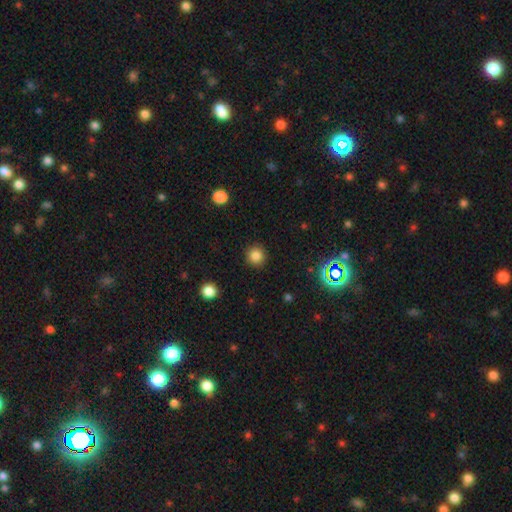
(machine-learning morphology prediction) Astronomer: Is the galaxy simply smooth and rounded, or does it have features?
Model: smooth — 84%.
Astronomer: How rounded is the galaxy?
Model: round — 93%.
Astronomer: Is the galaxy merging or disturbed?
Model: none — 91%.